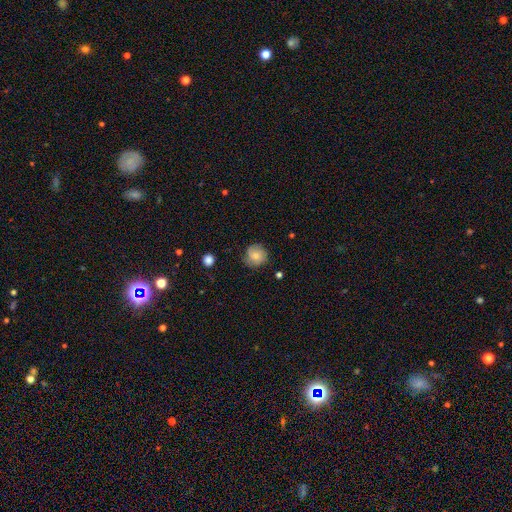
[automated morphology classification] Smooth or featured? Predicted: smooth (p=0.73). How rounded? Predicted: round (p=0.90). Merging? Predicted: none (p=0.74).